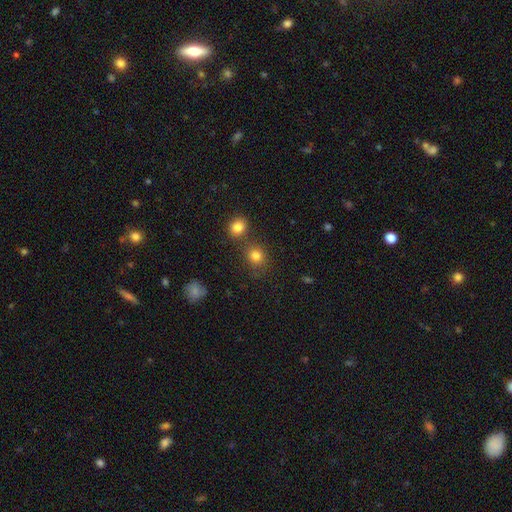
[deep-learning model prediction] Smooth or featured: smooth — 82% (star or artifact — 13%)
How rounded: round — 78% (in between — 21%)
Merging: none — 67% (merger — 18%)